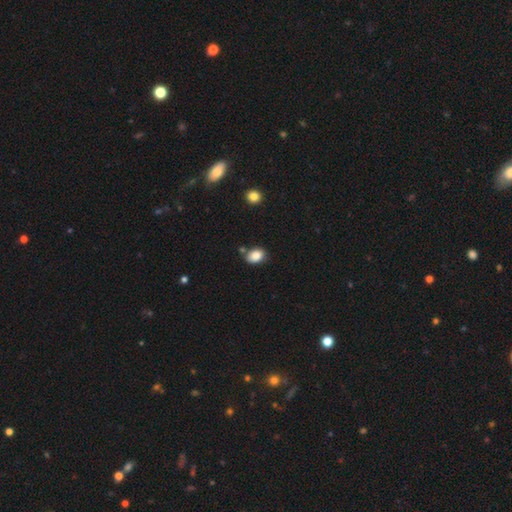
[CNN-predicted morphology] Smooth or featured? smooth (87%)
How rounded? in between (73%)
Merging? none (72%)